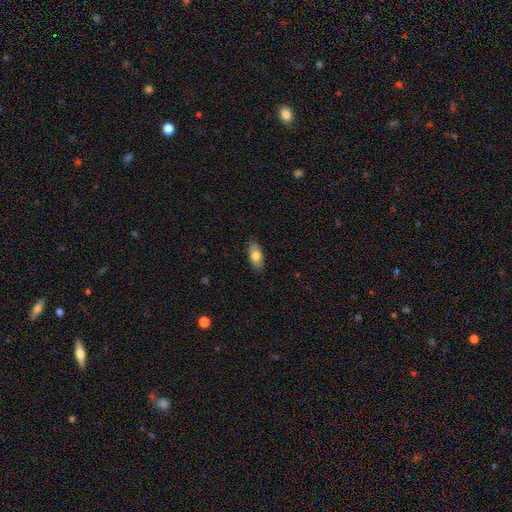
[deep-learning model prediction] This is likely a smooth galaxy (76%). How rounded: clearly in between (86%). Merging: clearly none (86%).